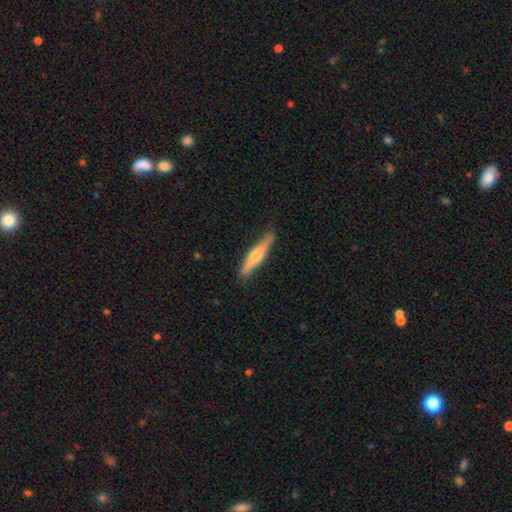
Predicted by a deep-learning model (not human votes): The model was most divided on "smooth or featured": featured or disk: 50%, smooth: 45%, star or artifact: 5%. More confident: edge-on disk — yes (94%); merging — none (87%).